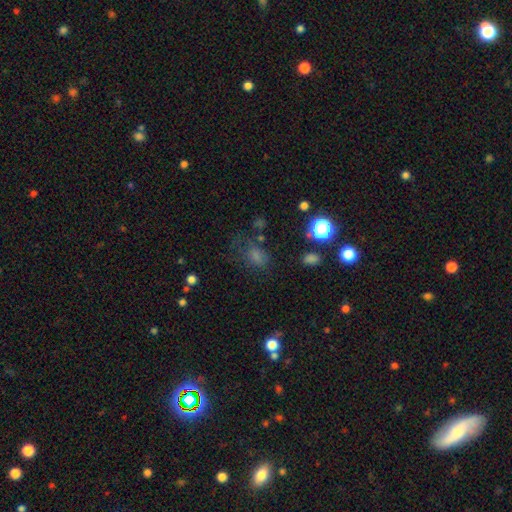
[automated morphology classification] smooth 67%, star or artifact 23%, featured or disk 11%. Down the decision tree: how rounded — in between (63%); merging — none (55%).